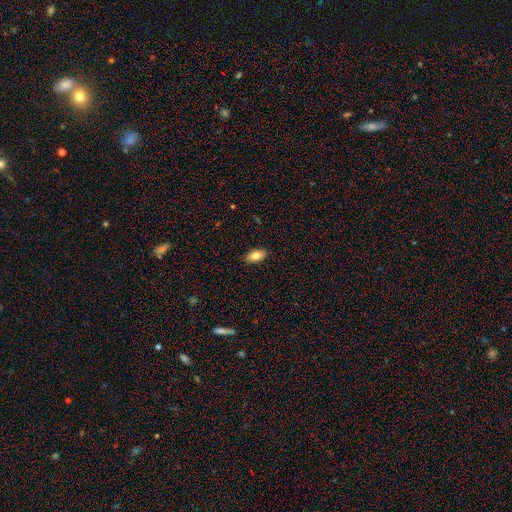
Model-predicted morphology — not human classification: This is clearly a smooth galaxy (83%). How rounded: clearly in between (92%). Merging: clearly none (88%).